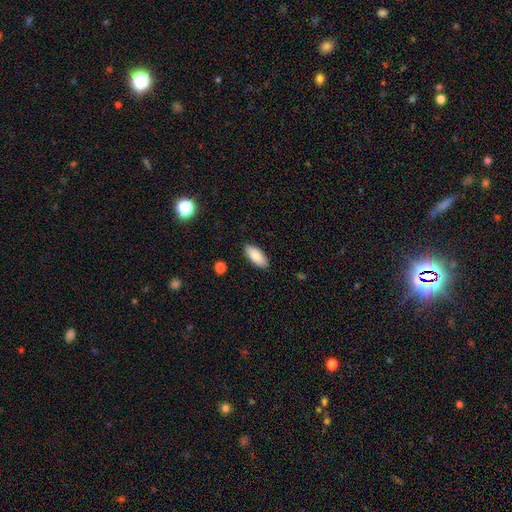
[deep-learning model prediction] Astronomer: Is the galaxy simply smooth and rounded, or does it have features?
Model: smooth — 88%.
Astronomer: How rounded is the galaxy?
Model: in between — 88%.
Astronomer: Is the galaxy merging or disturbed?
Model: none — 88%.